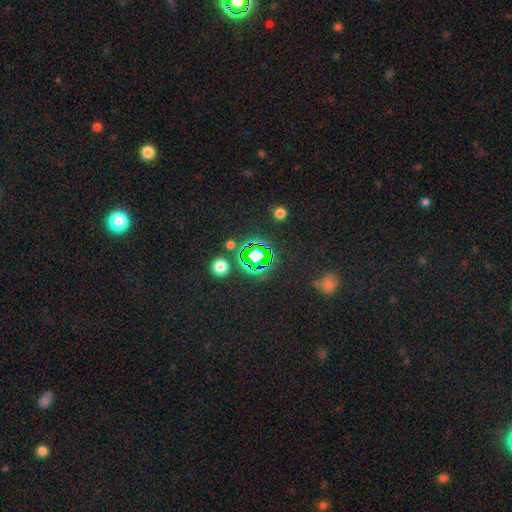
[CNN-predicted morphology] Smooth or featured: star or artifact — 70% (smooth — 20%)